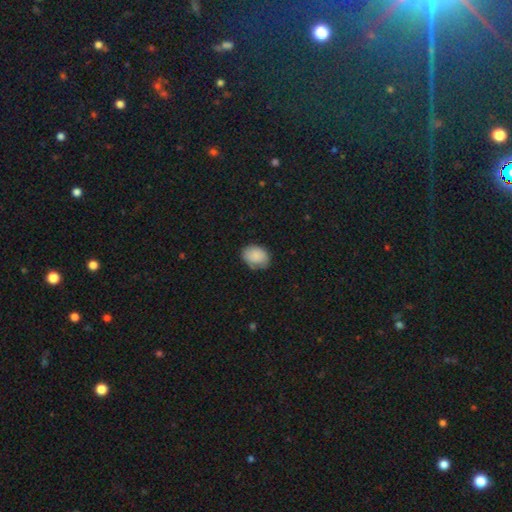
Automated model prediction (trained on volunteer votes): Smooth or featured: smooth — 85% (featured or disk — 8%)
How rounded: in between — 69% (round — 30%)
Merging: none — 70% (minor disturbance — 24%)